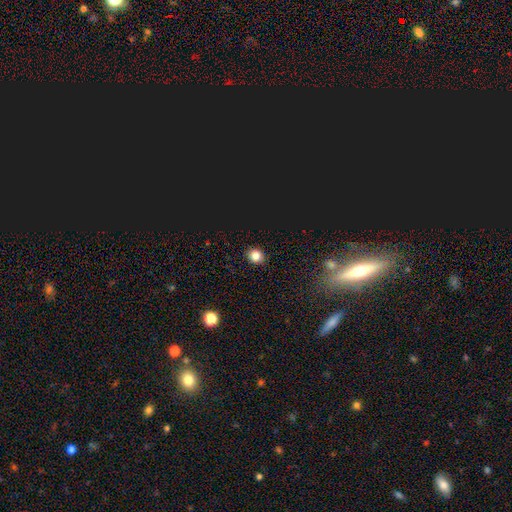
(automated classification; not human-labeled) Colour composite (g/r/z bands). It shows a smooth galaxy with no disk features (80%) that is round (79%). Merging: none (91%).